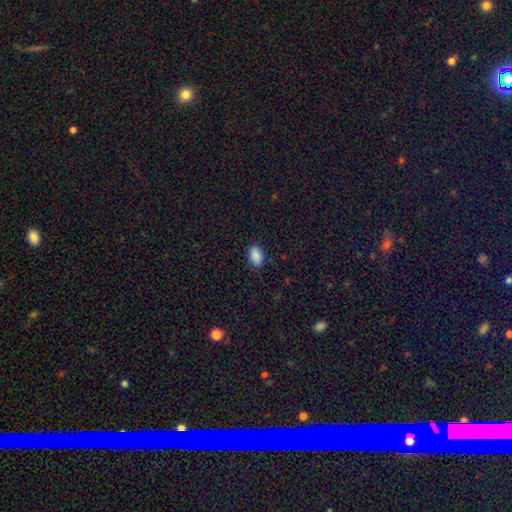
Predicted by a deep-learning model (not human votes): Smooth or featured? Predicted: smooth (p=0.89). How rounded? Predicted: in between (p=0.91). Merging? Predicted: none (p=0.87).